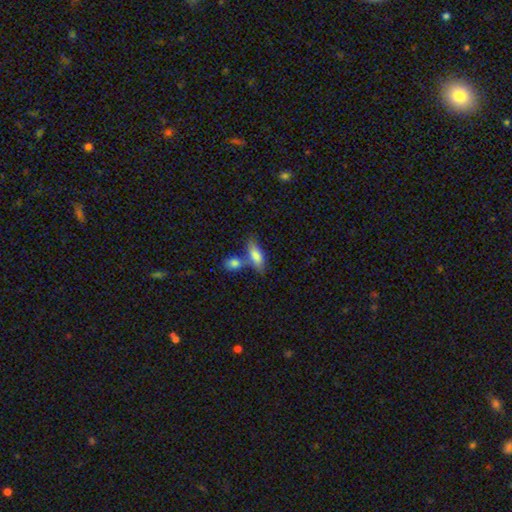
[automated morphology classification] The model was most divided on "merging": none: 47%, merger: 36%, minor disturbance: 13%, major disturbance: 4%. More confident: smooth or featured — smooth (78%); how rounded — in between (73%).